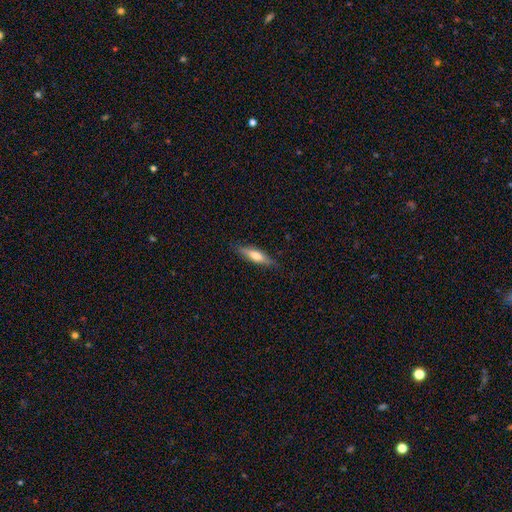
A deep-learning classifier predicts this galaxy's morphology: Overall: smooth (59%; featured or disk 35%). How rounded: cigar-shaped (71%). Merging: none (84%).